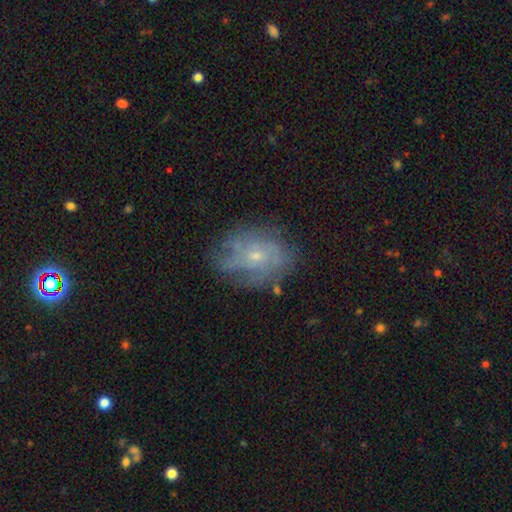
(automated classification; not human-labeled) A featured or disk galaxy (67%) with no bar (81%), spiral arms (73%) and a small central bulge (75%).

Vote fractions:
- Smooth or featured? featured or disk: 67% / smooth: 22% / star or artifact: 10%
- Edge-on disk? no: 97% / yes: 3%
- Bar? no: 81% / weak: 16% / strong: 2%
- Spiral arms? yes: 73% / no: 27%
- Bulge size? small: 75% / moderate: 20% / none: 3% / large: 1% / dominant: 1%
- Merging? none: 65% / minor disturbance: 22% / major disturbance: 11% / merger: 2%